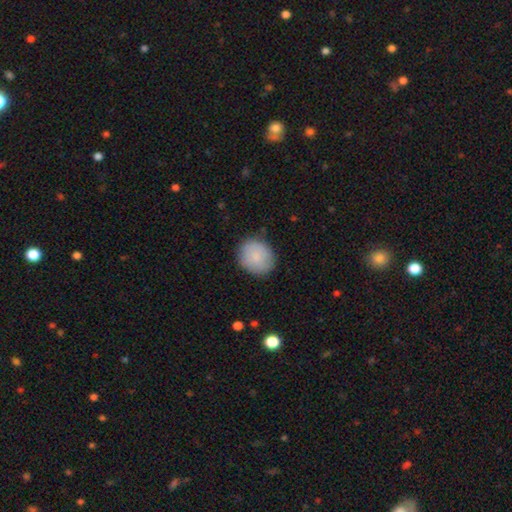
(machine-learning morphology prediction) Smooth or featured? smooth (81%)
How rounded? round (71%)
Merging? none (83%)